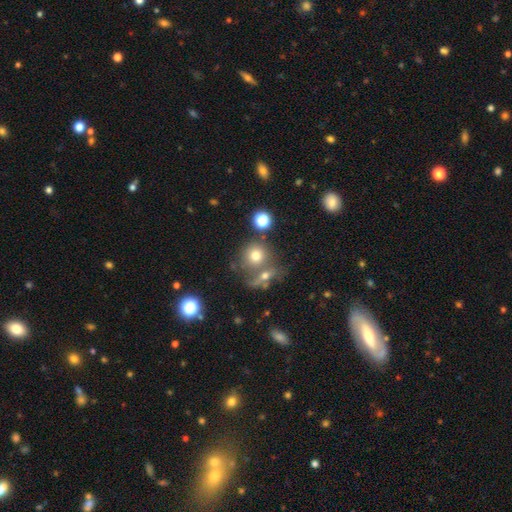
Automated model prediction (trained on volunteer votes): A smooth galaxy with no disk features (70%) that is round (85%).

Vote fractions:
- Smooth or featured? smooth: 70% / star or artifact: 15% / featured or disk: 15%
- How rounded? round: 85% / in between: 14% / cigar-shaped: 1%
- Merging? none: 51% / merger: 33% / minor disturbance: 10% / major disturbance: 6%